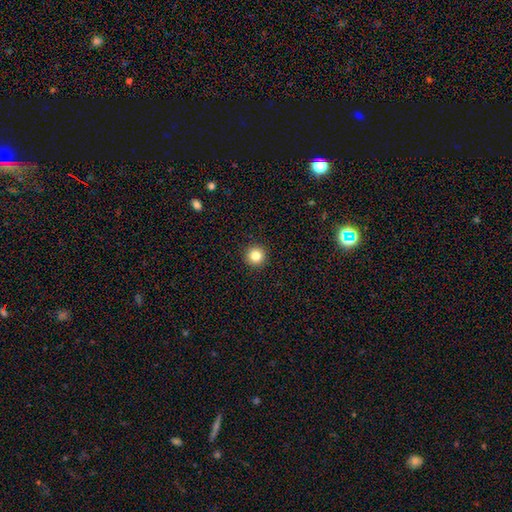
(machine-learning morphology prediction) Q: Smooth or featured?
A: smooth (83%); runner-up: star or artifact (11%)
Q: How rounded?
A: round (96%); runner-up: in between (3%)
Q: Merging?
A: none (94%); runner-up: minor disturbance (4%)